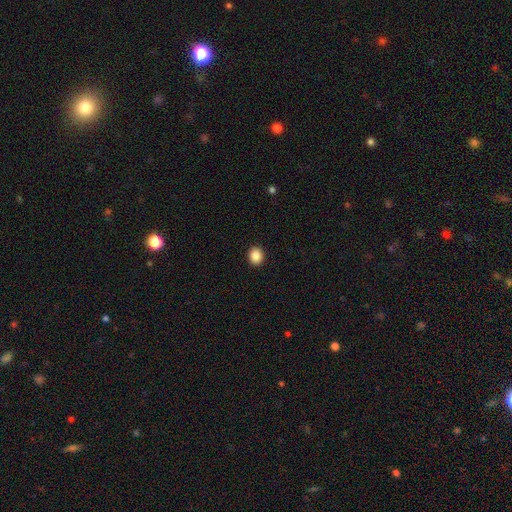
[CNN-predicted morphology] Smooth or featured? Predicted: smooth (p=0.88). How rounded? Predicted: round (p=0.68). Merging? Predicted: none (p=0.92).